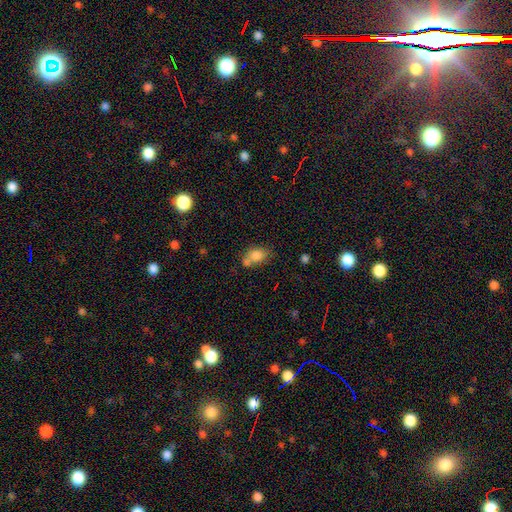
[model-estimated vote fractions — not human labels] Overall: smooth (78%). How rounded: in between (73%). Merging: none (47%; merger 31%).